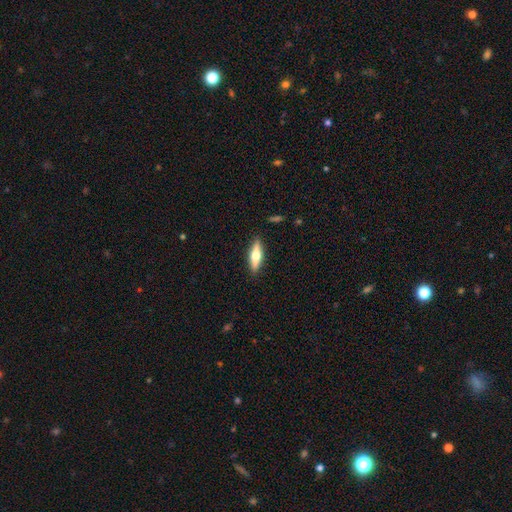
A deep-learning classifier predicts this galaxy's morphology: A featured or disk galaxy (53%) viewed edge-on (92%).

Vote fractions:
- Smooth or featured? featured or disk: 53% / smooth: 41% / star or artifact: 6%
- Edge-on disk? yes: 92% / no: 8%
- Merging? none: 89% / minor disturbance: 8% / major disturbance: 2% / merger: 1%